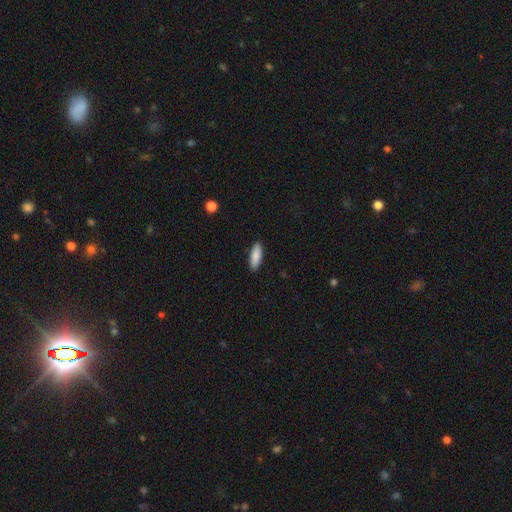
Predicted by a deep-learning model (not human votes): Morphology: type=smooth (87%); roundness=in between (58%); merging=none (90%).